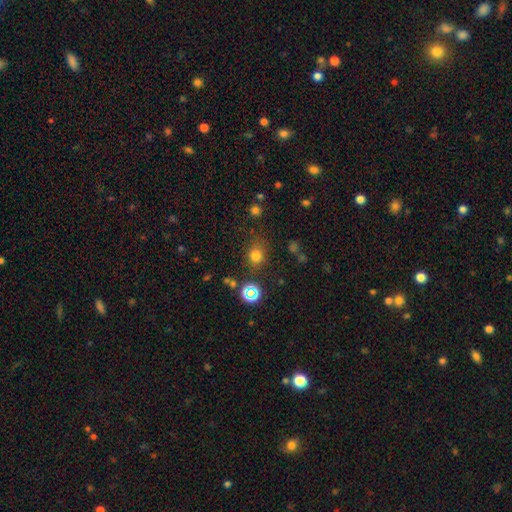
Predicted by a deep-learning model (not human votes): Morphology: type=smooth (74%); roundness=round (81%); merging=none (77%).